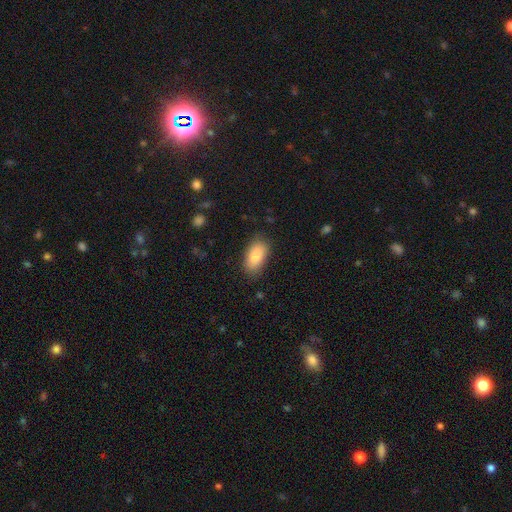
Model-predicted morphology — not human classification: smooth 88%, star or artifact 7%, featured or disk 6%. Down the decision tree: how rounded — in between (93%); merging — none (81%).